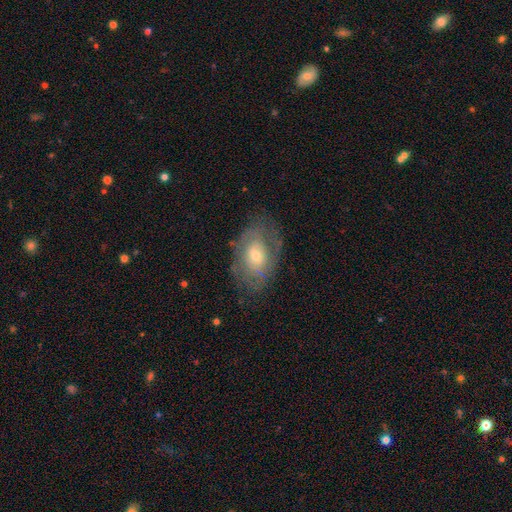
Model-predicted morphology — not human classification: featured or disk 55%, smooth 38%, star or artifact 8%. Down the decision tree: edge-on disk — no (94%); bar — no (77%); spiral arms — yes (59%); bulge size — small (50%); merging — none (67%).